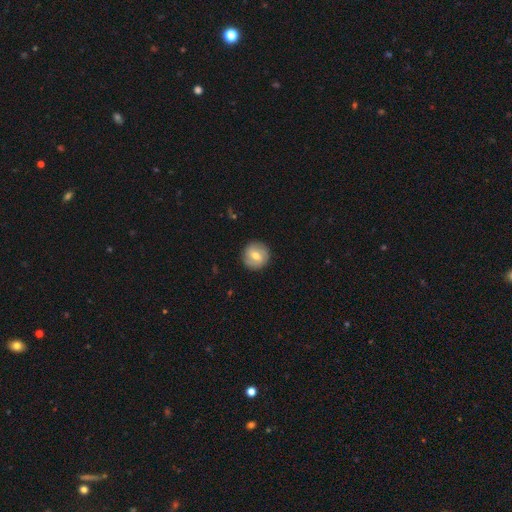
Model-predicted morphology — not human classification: Overall: smooth (56%; featured or disk 37%). How rounded: round (94%). Merging: none (89%).